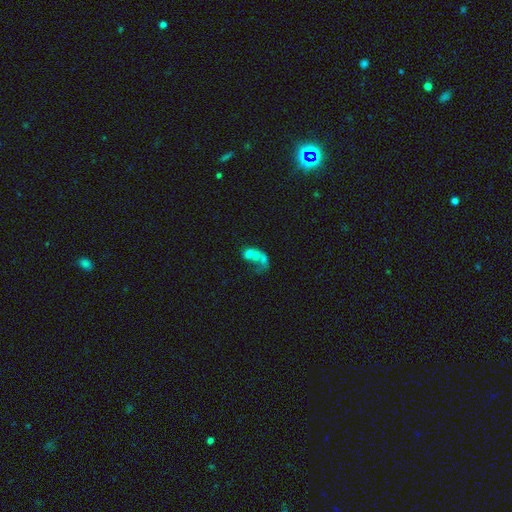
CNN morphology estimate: Overall: featured or disk (43%, tied with smooth). Merging: merger (66%).